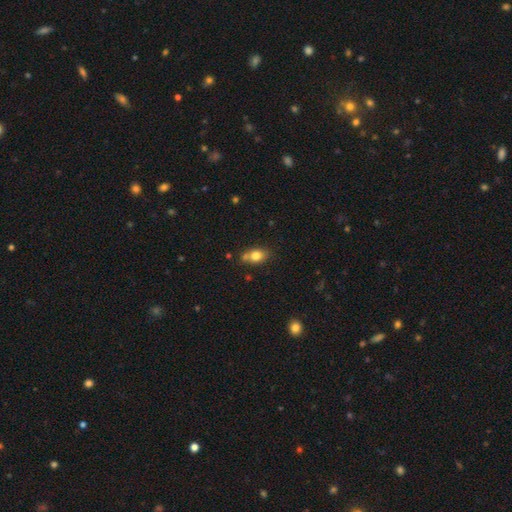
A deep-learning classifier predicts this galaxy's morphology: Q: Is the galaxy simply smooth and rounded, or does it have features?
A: smooth — 78%.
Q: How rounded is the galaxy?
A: in between — 72%.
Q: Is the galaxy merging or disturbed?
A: none — 62%.